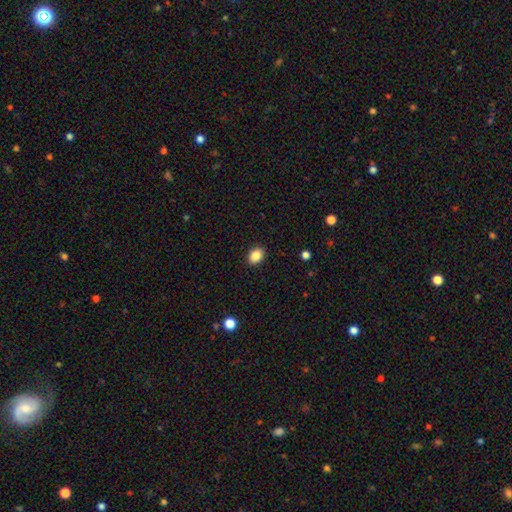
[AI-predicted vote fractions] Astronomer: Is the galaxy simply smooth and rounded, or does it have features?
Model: smooth — 87%.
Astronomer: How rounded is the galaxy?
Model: in between — 71%.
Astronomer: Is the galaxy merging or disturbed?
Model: none — 90%.